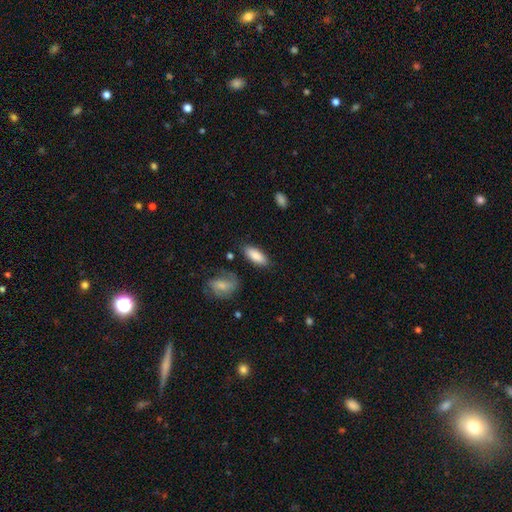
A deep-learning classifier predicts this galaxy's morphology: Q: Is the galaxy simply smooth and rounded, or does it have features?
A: smooth — 86%.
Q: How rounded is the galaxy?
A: in between — 81%.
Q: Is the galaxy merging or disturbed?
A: none — 79%.